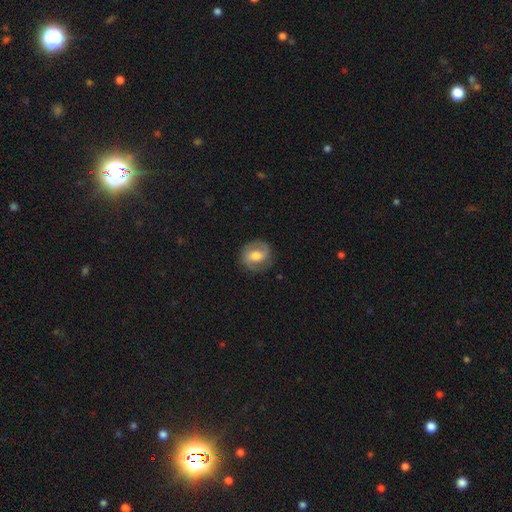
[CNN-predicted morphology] Smooth or featured? Predicted: featured or disk (p=0.68). Edge-on disk? Predicted: no (p=0.97). Bar? Predicted: weak (p=0.45). Spiral arms? Predicted: yes (p=0.88). Spiral winding? Predicted: medium (p=0.47). Spiral arm count? Predicted: 2 (p=0.86). Bulge size? Predicted: moderate (p=0.66). Merging? Predicted: none (p=0.82).